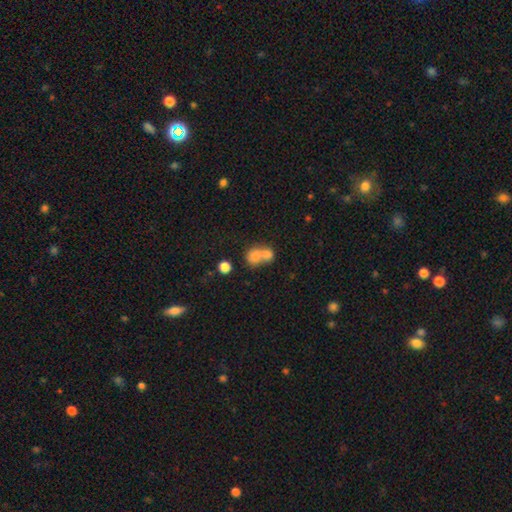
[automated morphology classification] smooth 74%, featured or disk 15%, star or artifact 11%. Down the decision tree: how rounded — round (53%); merging — merger (70%).